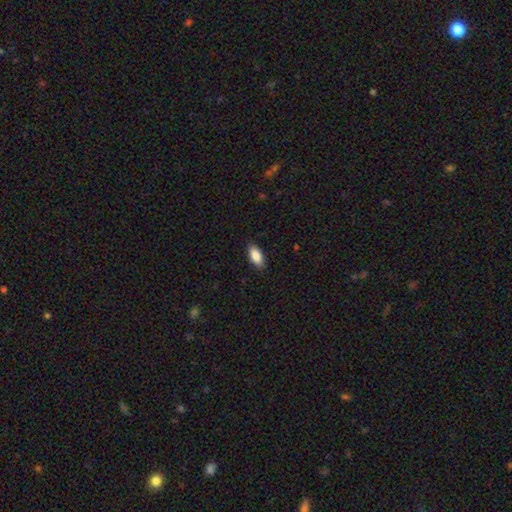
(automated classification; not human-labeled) Smooth or featured?
  - smooth: 87% *
  - star or artifact: 6%
  - featured or disk: 6%
How rounded?
  - in between: 88% *
  - cigar-shaped: 10%
  - round: 2%
Merging?
  - none: 88% *
  - minor disturbance: 9%
  - major disturbance: 2%
  - merger: 1%